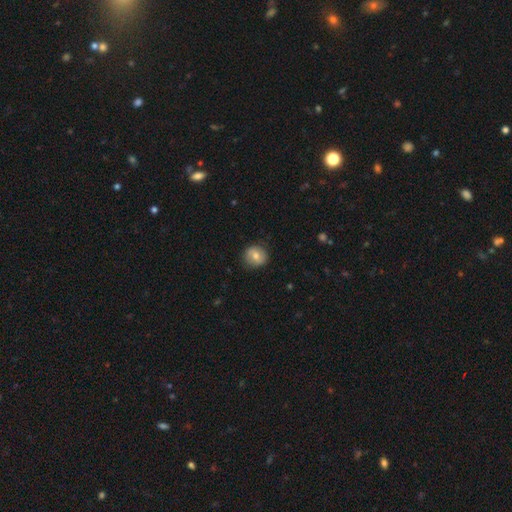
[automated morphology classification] Q: Smooth or featured?
A: smooth (67%); runner-up: featured or disk (25%)
Q: How rounded?
A: round (86%); runner-up: in between (13%)
Q: Merging?
A: none (85%); runner-up: minor disturbance (11%)